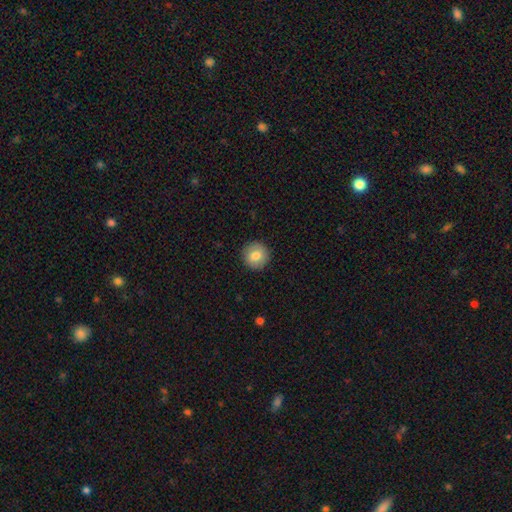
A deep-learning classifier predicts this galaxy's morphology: type=smooth (81%); roundness=round (95%); merging=none (92%).